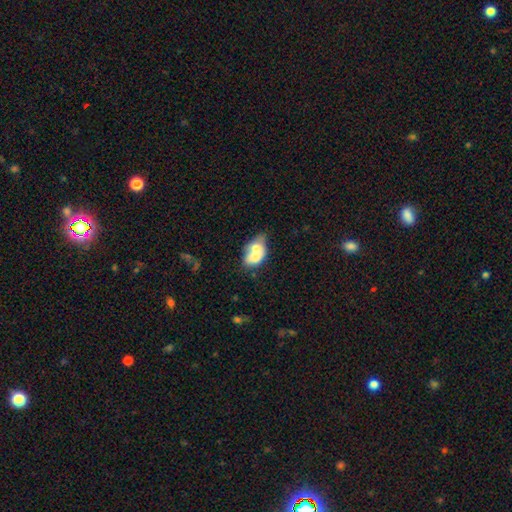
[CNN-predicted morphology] Overall: smooth (63%; featured or disk 30%). How rounded: in between (78%). Merging: merger (61%).